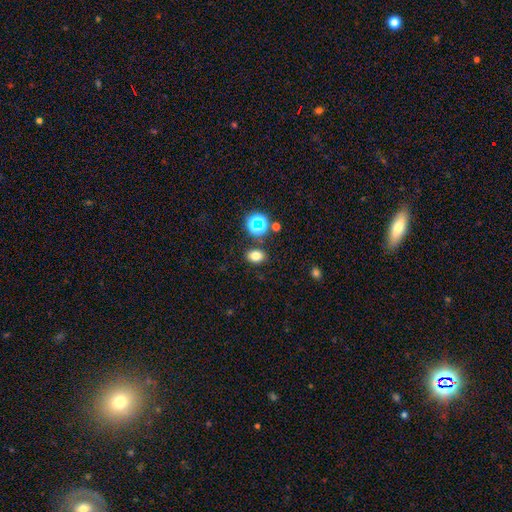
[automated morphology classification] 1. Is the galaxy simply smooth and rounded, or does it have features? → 75% smooth, 17% star or artifact, 8% featured or disk.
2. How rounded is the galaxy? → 68% in between, 31% round, 1% cigar-shaped.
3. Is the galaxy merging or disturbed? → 84% none, 9% minor disturbance, 4% merger, 3% major disturbance.